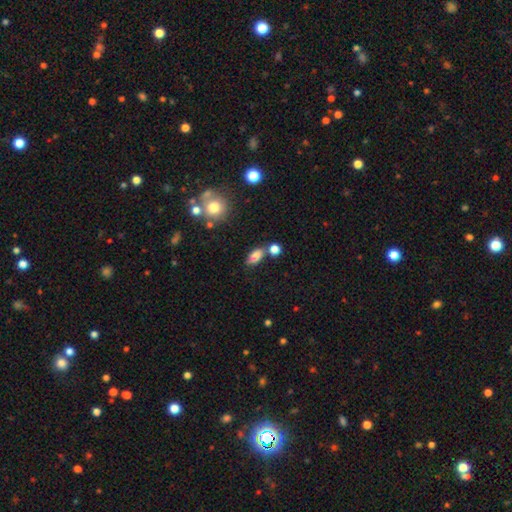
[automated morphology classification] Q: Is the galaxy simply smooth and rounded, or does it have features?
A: smooth — 80%.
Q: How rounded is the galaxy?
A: in between — 86%.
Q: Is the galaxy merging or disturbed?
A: none — 61%.